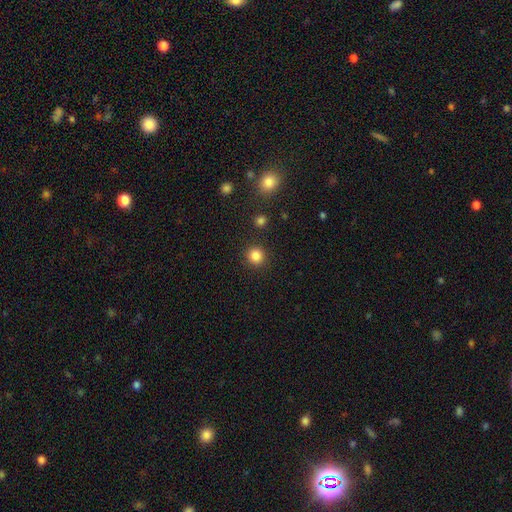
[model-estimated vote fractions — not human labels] Smooth or featured?
  - smooth: 84% *
  - star or artifact: 12%
  - featured or disk: 4%
How rounded?
  - round: 91% *
  - in between: 8%
  - cigar-shaped: 1%
Merging?
  - none: 90% *
  - minor disturbance: 6%
  - major disturbance: 2%
  - merger: 2%